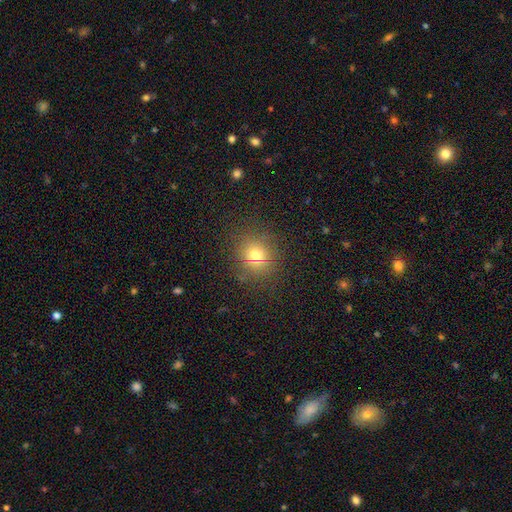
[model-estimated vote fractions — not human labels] smooth-or-featured: smooth: 72% | star or artifact: 20% | featured or disk: 9%
  how-rounded: round: 86% | in between: 12% | cigar-shaped: 1%
  merging: none: 86% | minor disturbance: 9% | major disturbance: 4% | merger: 2%